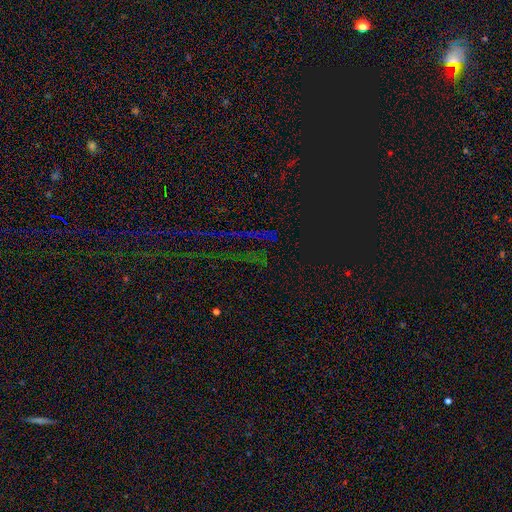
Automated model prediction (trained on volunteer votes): This is clearly a star or artifact rather than a galaxy (82%).